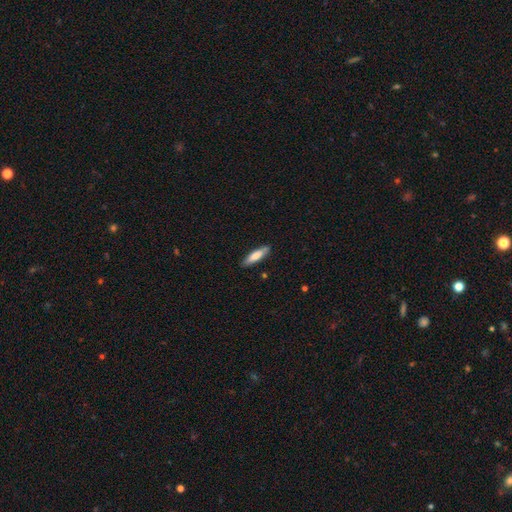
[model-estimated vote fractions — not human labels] smooth-or-featured: smooth: 70% | featured or disk: 24% | star or artifact: 6%
  how-rounded: cigar-shaped: 70% | in between: 29% | round: 1%
  merging: none: 84% | minor disturbance: 12% | major disturbance: 2% | merger: 2%